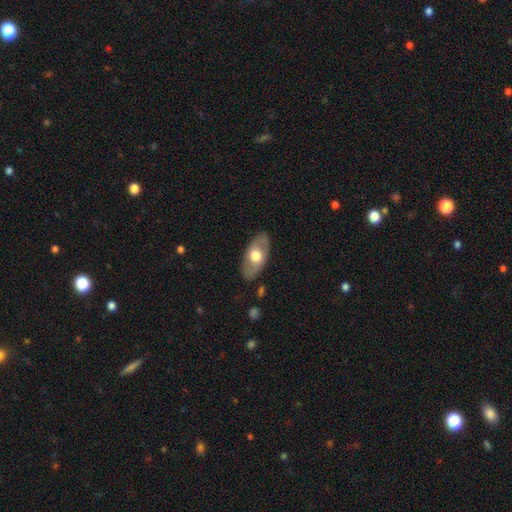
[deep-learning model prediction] smooth 51%, featured or disk 44%, star or artifact 5%. Down the decision tree: how rounded — in between (92%); merging — none (84%).